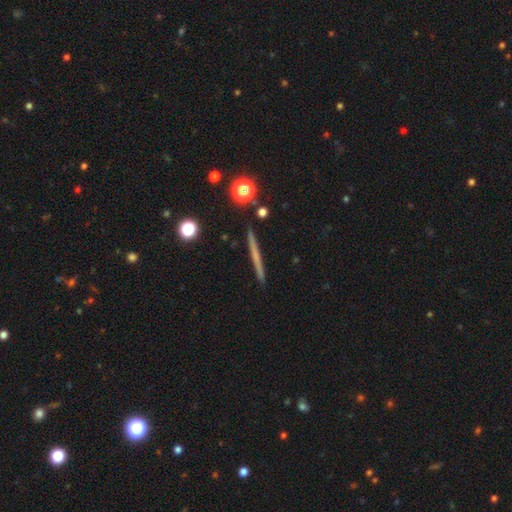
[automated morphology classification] The model was most divided on "smooth or featured": featured or disk: 51%, smooth: 41%, star or artifact: 8%. More confident: edge-on disk — yes (97%); merging — none (92%).